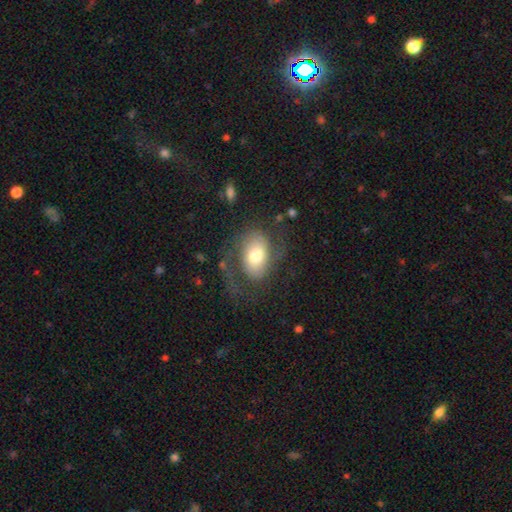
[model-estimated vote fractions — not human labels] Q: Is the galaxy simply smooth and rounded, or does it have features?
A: featured or disk — 56%.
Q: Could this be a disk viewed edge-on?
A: no — 95%.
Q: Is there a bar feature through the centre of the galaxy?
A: no — 65%.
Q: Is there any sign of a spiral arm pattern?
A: yes — 80%.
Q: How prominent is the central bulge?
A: moderate — 61%.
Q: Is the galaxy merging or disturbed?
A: none — 51%.